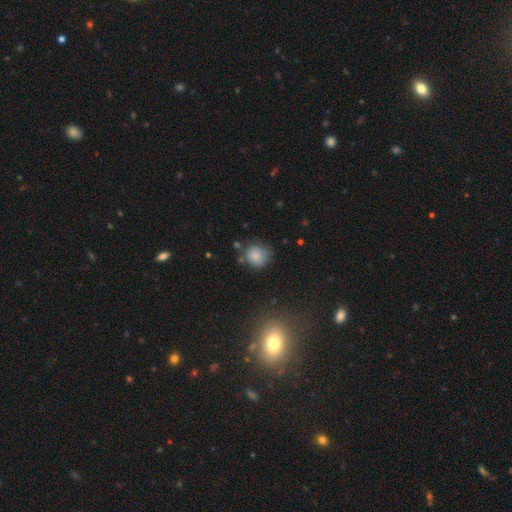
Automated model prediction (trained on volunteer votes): smooth-or-featured: smooth: 80% | star or artifact: 11% | featured or disk: 9%
  how-rounded: round: 84% | in between: 15% | cigar-shaped: 1%
  merging: none: 69% | minor disturbance: 20% | major disturbance: 6% | merger: 5%